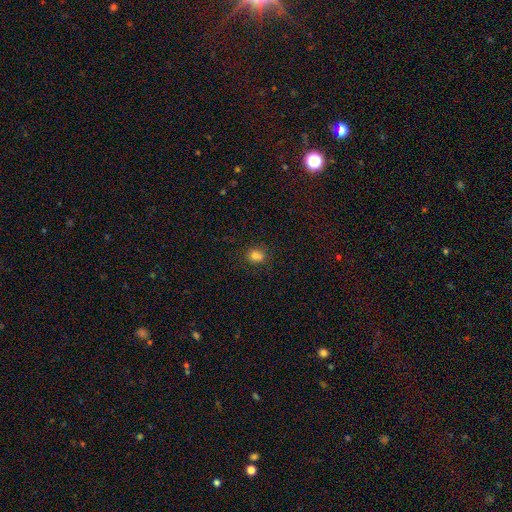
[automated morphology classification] smooth 78%, star or artifact 16%, featured or disk 7%. Down the decision tree: how rounded — round (65%); merging — none (75%).